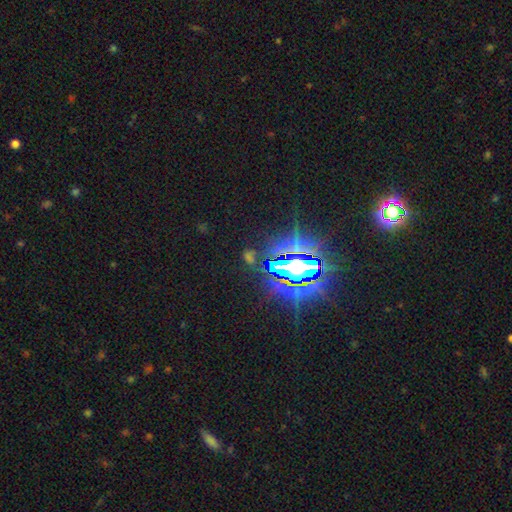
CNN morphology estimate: Overall: star or artifact (80%).